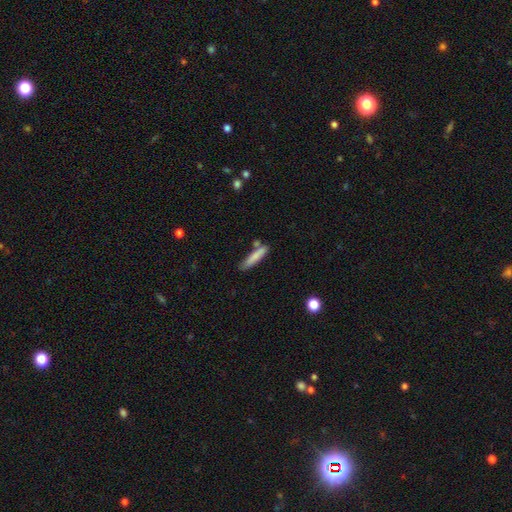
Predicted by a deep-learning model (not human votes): Morphology: type=smooth (80%); roundness=cigar-shaped (87%); merging=none (69%).